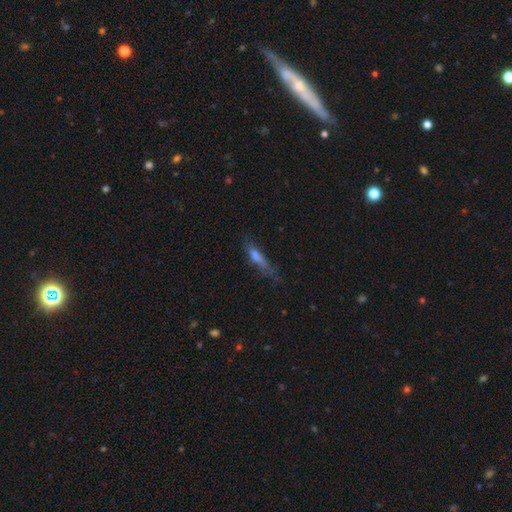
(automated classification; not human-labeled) Overall: smooth (54%; featured or disk 33%). How rounded: cigar-shaped (81%). Merging: none (53%; minor disturbance 27%).